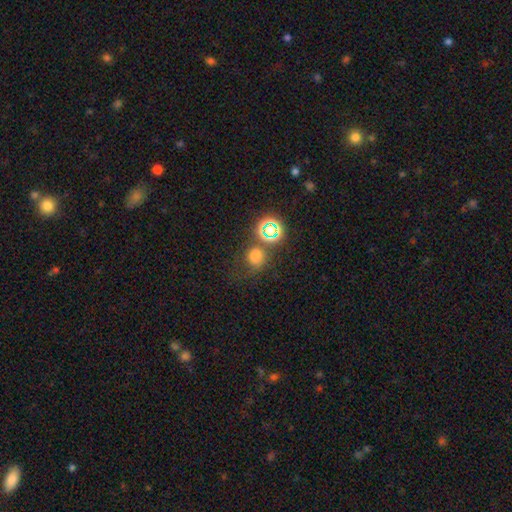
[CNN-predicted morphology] This appears to be a smooth galaxy with no disk features (64%) that is round (79%). Merging: none (58%).